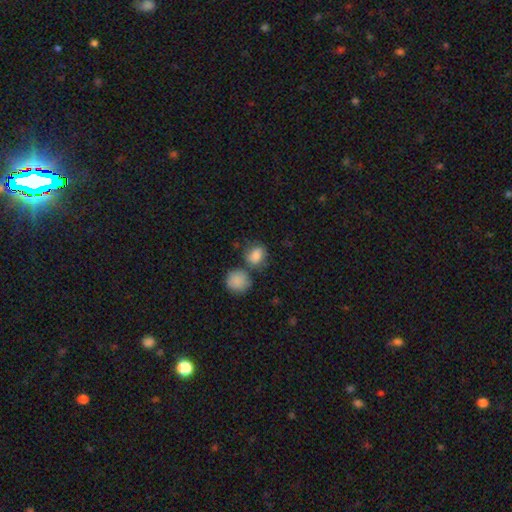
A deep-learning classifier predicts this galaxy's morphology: A smooth galaxy with no disk features (82%) that is round (51%).

Vote fractions:
- Smooth or featured? smooth: 82% / star or artifact: 9% / featured or disk: 9%
- How rounded? round: 51% / in between: 48% / cigar-shaped: 1%
- Merging? none: 48% / merger: 26% / minor disturbance: 17% / major disturbance: 8%